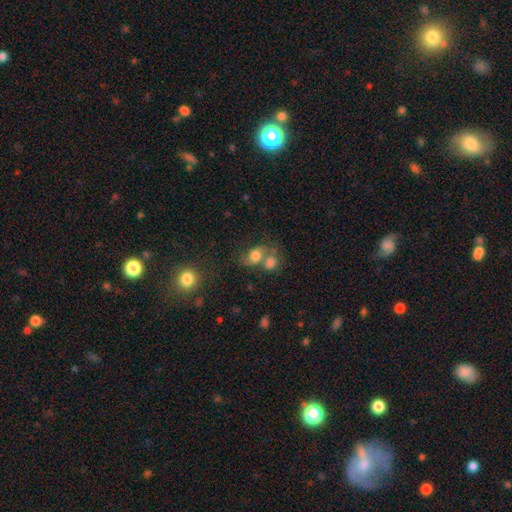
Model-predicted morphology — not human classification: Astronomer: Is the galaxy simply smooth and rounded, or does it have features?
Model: smooth — 62%.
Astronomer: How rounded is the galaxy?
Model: in between — 58% (runner-up: round, 40%).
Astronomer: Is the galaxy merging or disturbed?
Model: merger — 50% (runner-up: none, 28%).